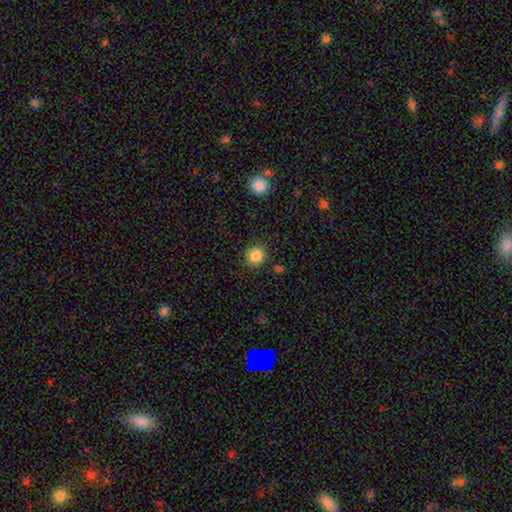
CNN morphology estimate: Smooth or featured? Predicted: smooth (p=0.85). How rounded? Predicted: round (p=0.91). Merging? Predicted: none (p=0.88).